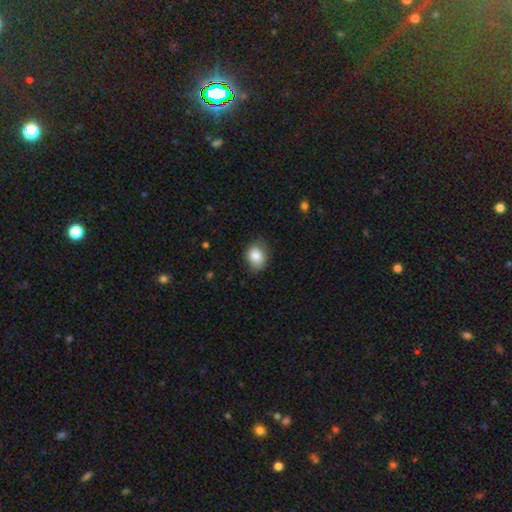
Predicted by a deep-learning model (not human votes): The model was most divided on "how rounded": in between: 60%, round: 39%, cigar-shaped: 1%. More confident: smooth or featured — smooth (84%); merging — none (72%).